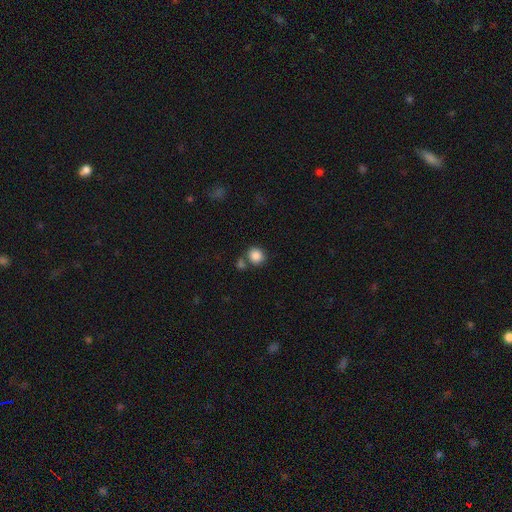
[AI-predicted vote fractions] Overall: smooth (86%). How rounded: round (86%). Merging: none (68%).